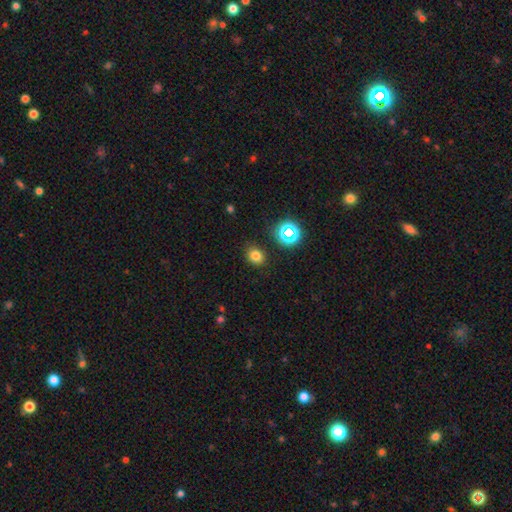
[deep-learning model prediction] A smooth galaxy with no disk features (76%) that is round (58%). Merging: none (86%).